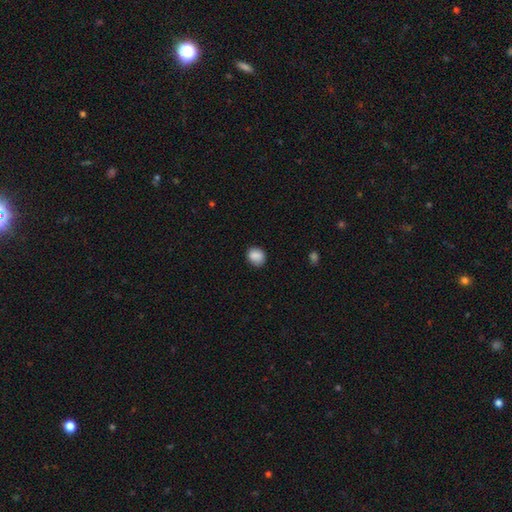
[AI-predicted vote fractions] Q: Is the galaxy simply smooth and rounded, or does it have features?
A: smooth — 88%.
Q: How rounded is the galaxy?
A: round — 64%.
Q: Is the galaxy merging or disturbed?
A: none — 81%.